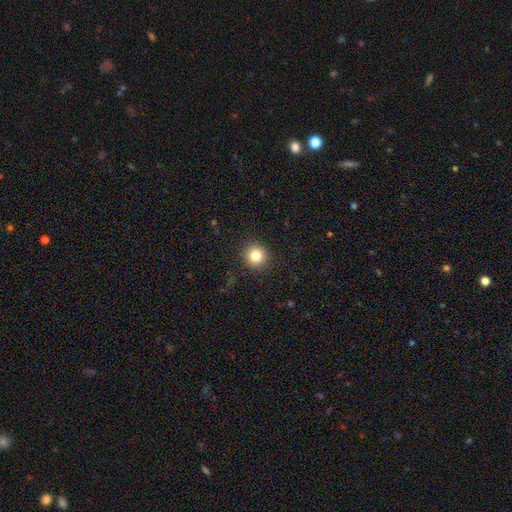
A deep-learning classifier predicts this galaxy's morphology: smooth_or_featured: smooth (p=0.82) [alt: star or artifact p=0.12]
how_rounded: round (p=0.94) [alt: in between p=0.05]
merging: none (p=0.92) [alt: minor disturbance p=0.05]